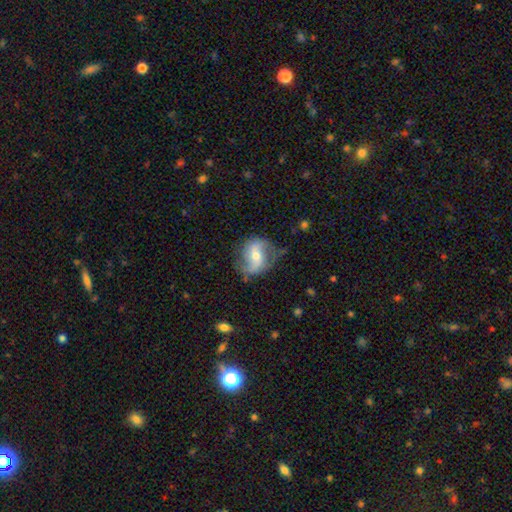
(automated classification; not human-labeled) featured or disk 76%, smooth 18%, star or artifact 6%. Down the decision tree: edge-on disk — no (96%); bar — weak (41%); spiral arms — yes (91%); spiral arm count — 2 (90%); spiral winding — loose (61%); bulge size — moderate (55%); merging — none (71%).